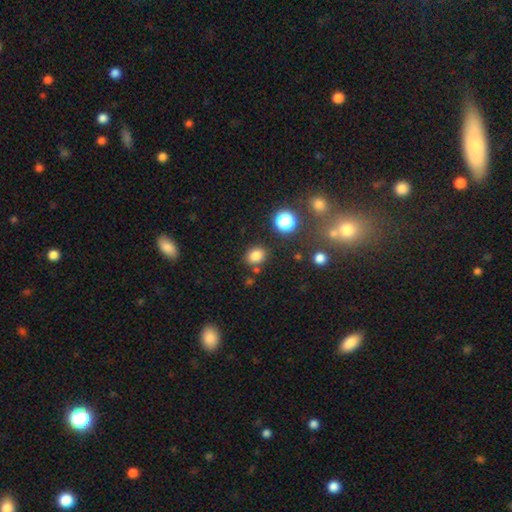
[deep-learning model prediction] Smooth or featured?
  - smooth: 81% *
  - star or artifact: 14%
  - featured or disk: 5%
How rounded?
  - round: 58% *
  - in between: 41%
  - cigar-shaped: 1%
Merging?
  - none: 80% *
  - minor disturbance: 11%
  - merger: 6%
  - major disturbance: 4%